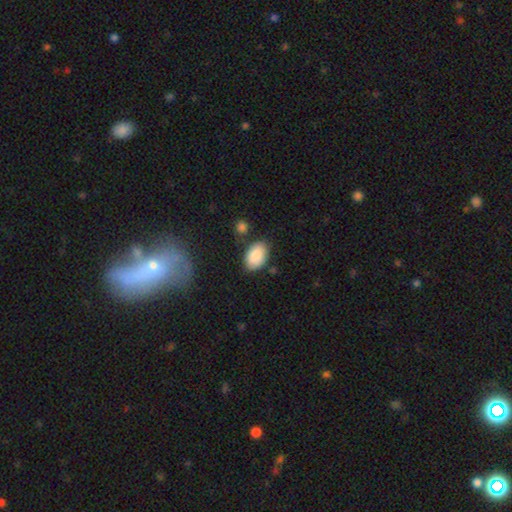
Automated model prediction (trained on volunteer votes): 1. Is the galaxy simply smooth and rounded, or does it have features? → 88% smooth, 6% star or artifact, 6% featured or disk.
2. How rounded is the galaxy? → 91% in between, 8% round, 1% cigar-shaped.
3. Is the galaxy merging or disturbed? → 75% none, 16% minor disturbance, 5% merger, 4% major disturbance.